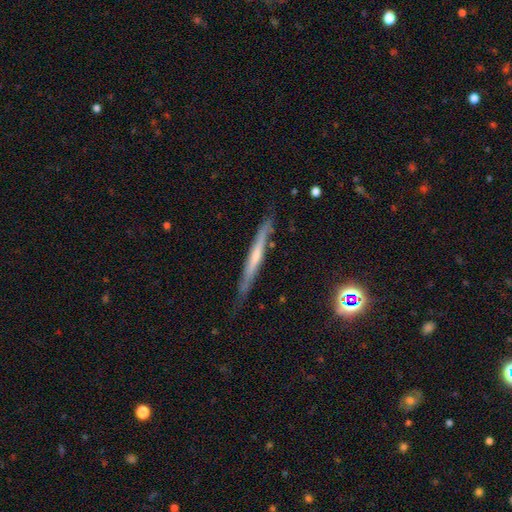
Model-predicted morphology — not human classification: smooth_or_featured: featured or disk (p=0.60) [alt: smooth p=0.33]
disk_edge_on: yes (p=0.94) [alt: no p=0.06]
edge_on_bulge: none (p=0.60) [alt: rounded p=0.31]
merging: none (p=0.77) [alt: minor disturbance p=0.18]